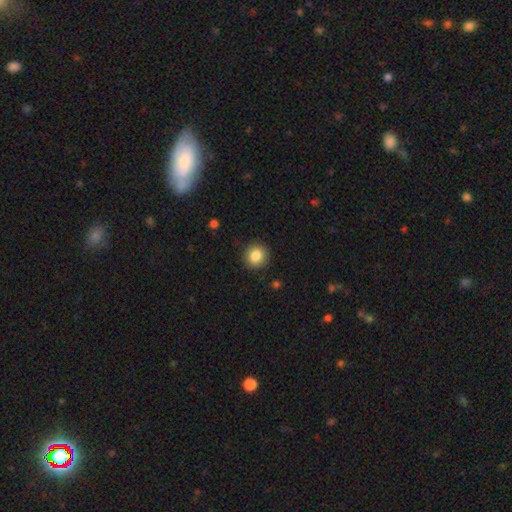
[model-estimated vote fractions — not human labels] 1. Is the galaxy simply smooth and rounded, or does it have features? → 85% smooth, 9% star or artifact, 6% featured or disk.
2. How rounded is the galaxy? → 88% round, 11% in between, 1% cigar-shaped.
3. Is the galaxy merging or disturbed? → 90% none, 7% minor disturbance, 2% major disturbance, 1% merger.